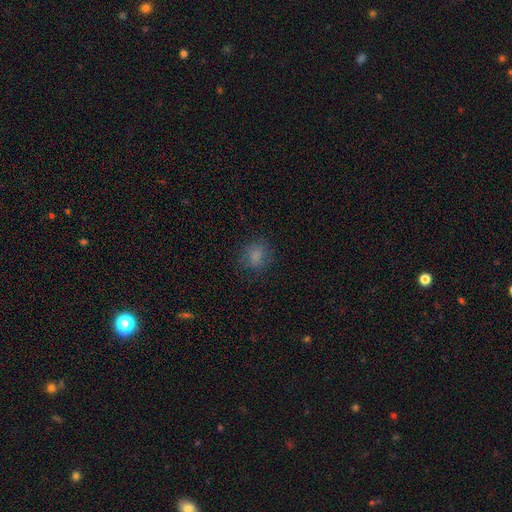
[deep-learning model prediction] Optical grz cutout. It shows a smooth galaxy with no disk features (79%) that is round (67%). Merging: none (77%).